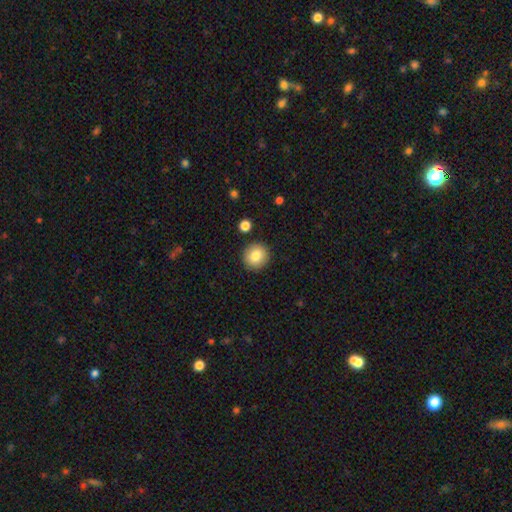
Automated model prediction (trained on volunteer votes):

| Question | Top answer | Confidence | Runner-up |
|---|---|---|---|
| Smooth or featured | smooth | 84% | star or artifact (9%) |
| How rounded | round | 92% | in between (8%) |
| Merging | none | 90% | minor disturbance (6%) |